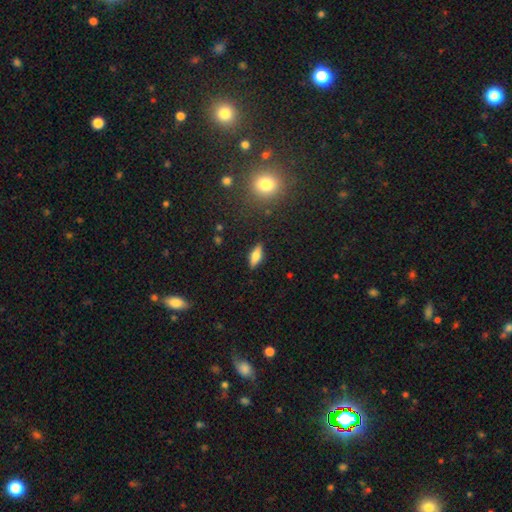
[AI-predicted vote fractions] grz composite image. It shows a smooth galaxy with no disk features (57%) that is in between round and cigar-shaped (64%). Merging: none (87%).